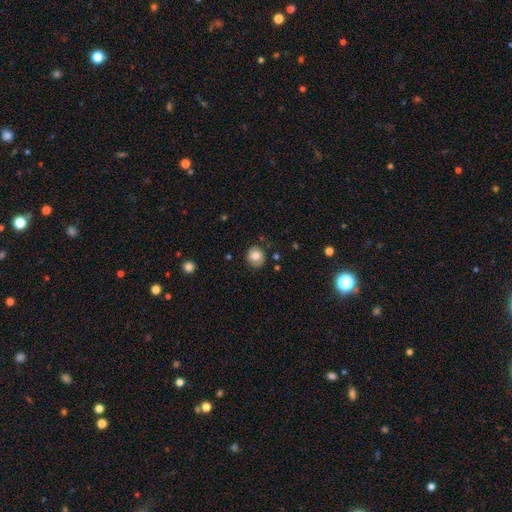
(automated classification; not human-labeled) This is likely a smooth galaxy (76%). How rounded: clearly round (87%). Merging: clearly none (83%).